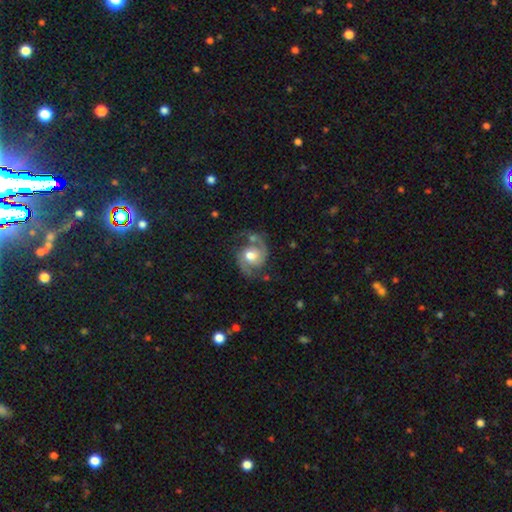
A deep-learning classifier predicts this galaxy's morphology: smooth_or_featured: featured or disk (p=0.87) [alt: smooth p=0.08]
disk_edge_on: no (p=0.98) [alt: yes p=0.02]
bar: no (p=0.65) [alt: weak p=0.29]
has_spiral_arms: yes (p=0.97) [alt: no p=0.03]
spiral_winding: medium (p=0.57) [alt: tight p=0.22]
spiral_arm_count: 2 (p=0.92) [alt: 1 p=0.02]
bulge_size: moderate (p=0.70) [alt: large p=0.18]
merging: none (p=0.71) [alt: minor disturbance p=0.16]